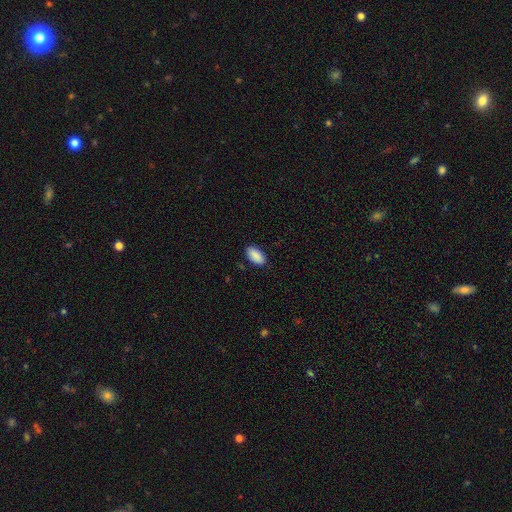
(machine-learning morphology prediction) Q: Smooth or featured?
A: smooth (90%); runner-up: star or artifact (6%)
Q: How rounded?
A: in between (95%); runner-up: cigar-shaped (3%)
Q: Merging?
A: none (88%); runner-up: minor disturbance (9%)